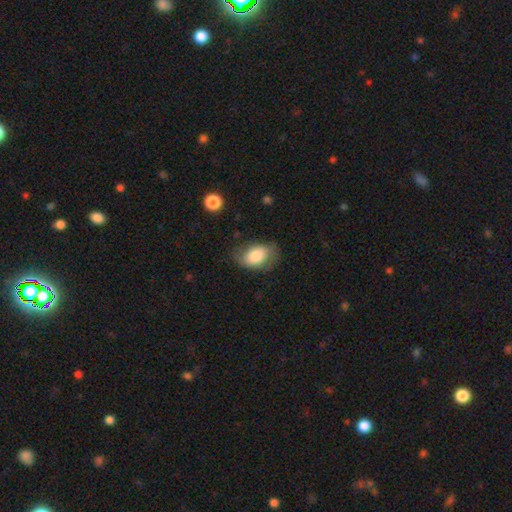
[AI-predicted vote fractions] Smooth or featured? Predicted: smooth (p=0.79). How rounded? Predicted: in between (p=0.86). Merging? Predicted: none (p=0.66).